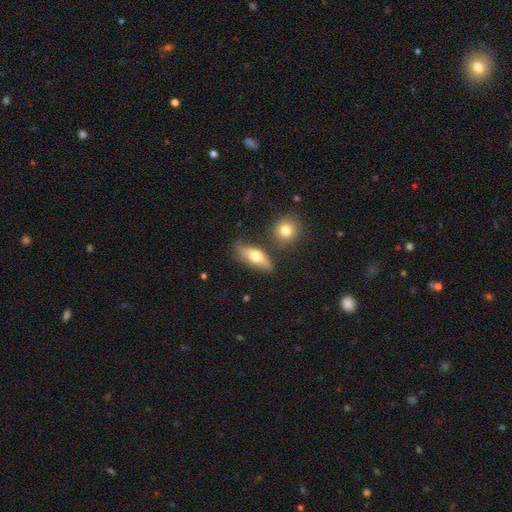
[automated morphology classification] smooth_or_featured: smooth (p=0.58) [alt: featured or disk p=0.35]
how_rounded: in between (p=0.67) [alt: cigar-shaped p=0.28]
merging: none (p=0.69) [alt: minor disturbance p=0.17]